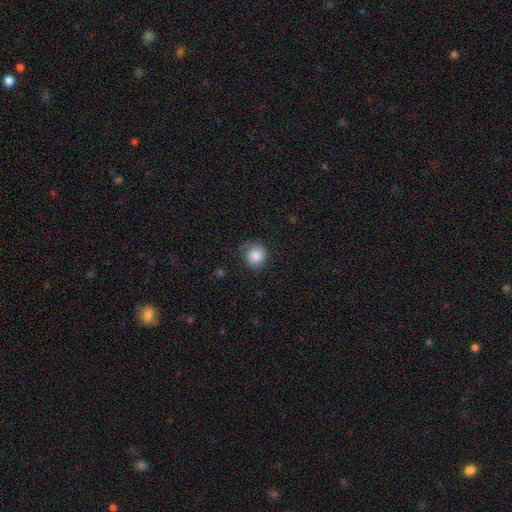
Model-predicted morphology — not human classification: type=smooth (80%); roundness=round (83%); merging=none (61%).